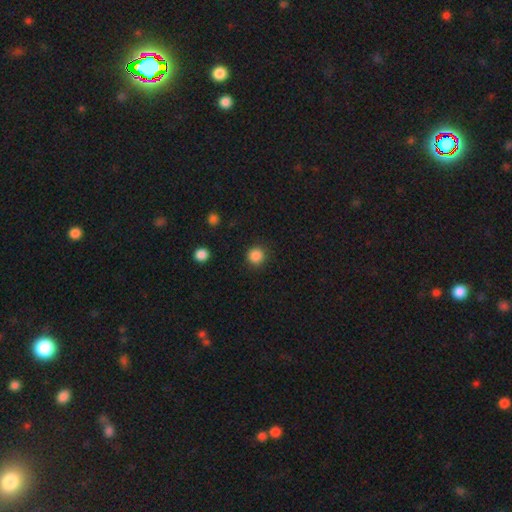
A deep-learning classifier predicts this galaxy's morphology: Q: Smooth or featured?
A: smooth (87%); runner-up: star or artifact (11%)
Q: How rounded?
A: round (95%); runner-up: in between (4%)
Q: Merging?
A: none (91%); runner-up: minor disturbance (6%)